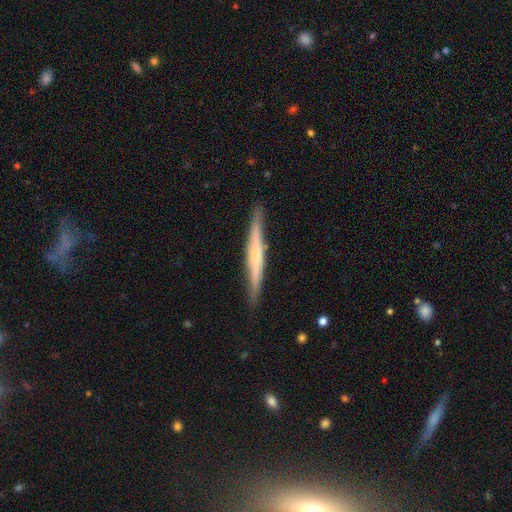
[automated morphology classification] Smooth or featured? featured or disk (65%)
Edge-on disk? yes (97%)
Edge-on bulge? rounded (55%)
Merging? none (89%)